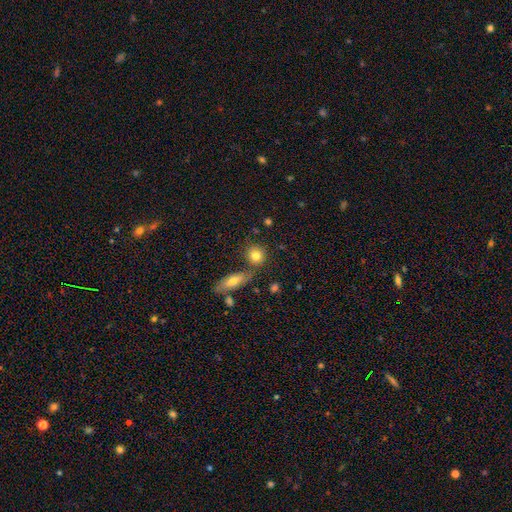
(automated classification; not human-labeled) Smooth or featured? Predicted: smooth (p=0.80). How rounded? Predicted: round (p=0.79). Merging? Predicted: none (p=0.72).